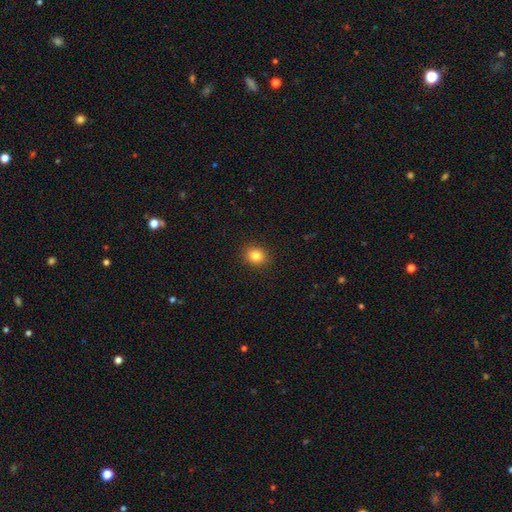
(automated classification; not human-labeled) smooth-or-featured: smooth: 84% | star or artifact: 11% | featured or disk: 6%
  how-rounded: round: 63% | in between: 37% | cigar-shaped: 1%
  merging: none: 90% | minor disturbance: 7% | major disturbance: 2% | merger: 1%